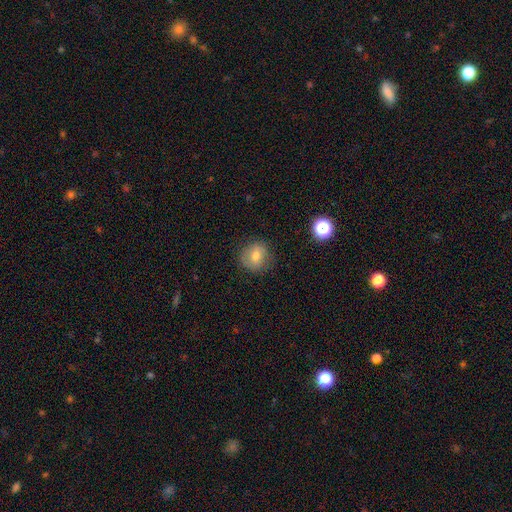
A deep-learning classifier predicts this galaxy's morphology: smooth 71%, featured or disk 18%, star or artifact 11%. Down the decision tree: how rounded — round (84%); merging — none (81%).